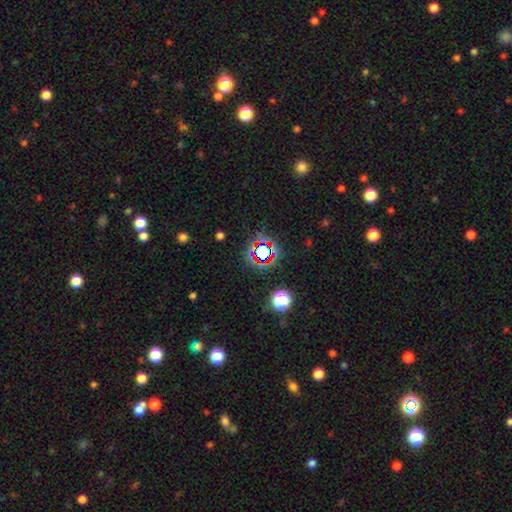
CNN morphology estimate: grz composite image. It shows a star or artifact, not a galaxy (73%).